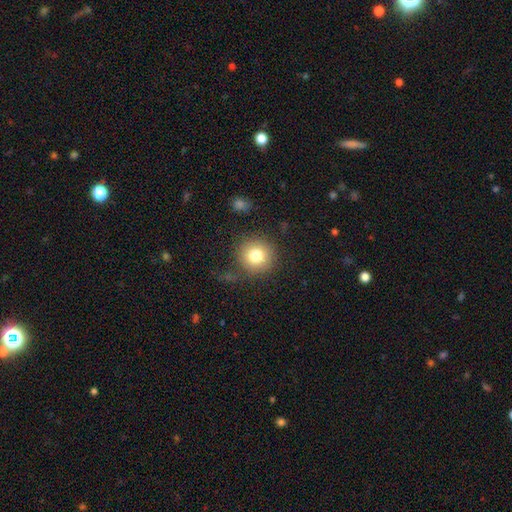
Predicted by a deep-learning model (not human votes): Morphology: type=smooth (79%); roundness=round (93%); merging=none (83%).